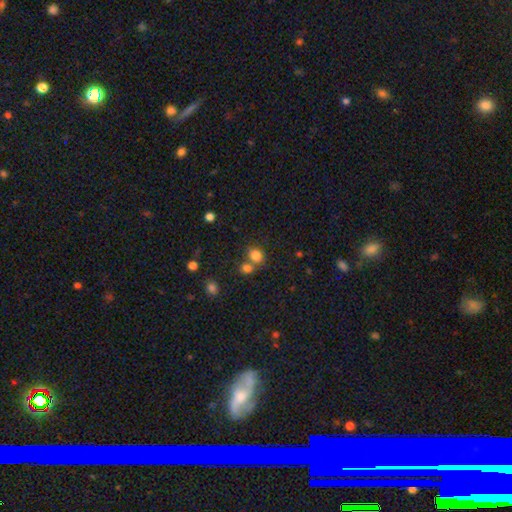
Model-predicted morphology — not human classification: This is clearly a smooth galaxy (81%). How rounded: possibly round (58%). Merging: possibly none (52%).